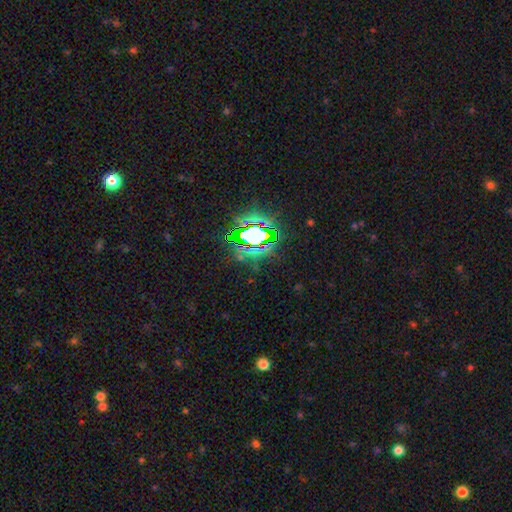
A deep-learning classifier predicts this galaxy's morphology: A star or artifact, not a galaxy (83%).

Vote fractions:
- Smooth or featured? star or artifact: 83% / smooth: 9% / featured or disk: 7%